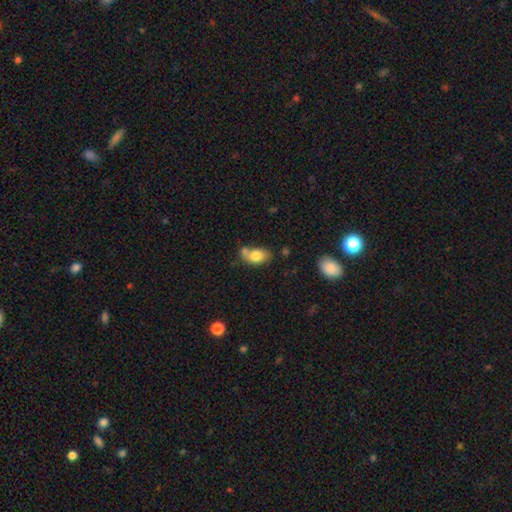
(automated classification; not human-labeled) smooth-or-featured: smooth: 79% | featured or disk: 13% | star or artifact: 8%
  how-rounded: in between: 81% | round: 17% | cigar-shaped: 2%
  merging: none: 47% | merger: 30% | minor disturbance: 18% | major disturbance: 6%